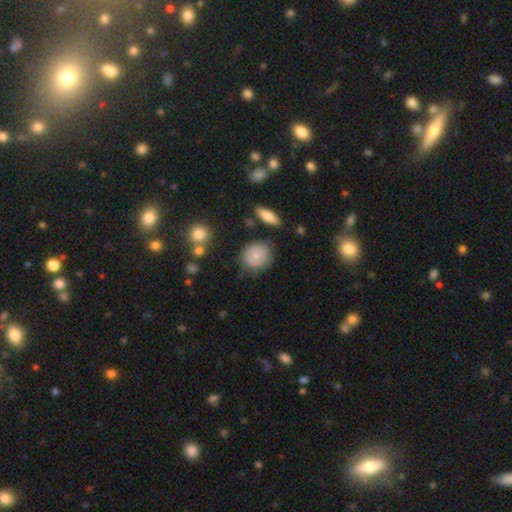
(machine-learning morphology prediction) A smooth galaxy with no disk features (77%) that is round (78%). Merging: none (72%).